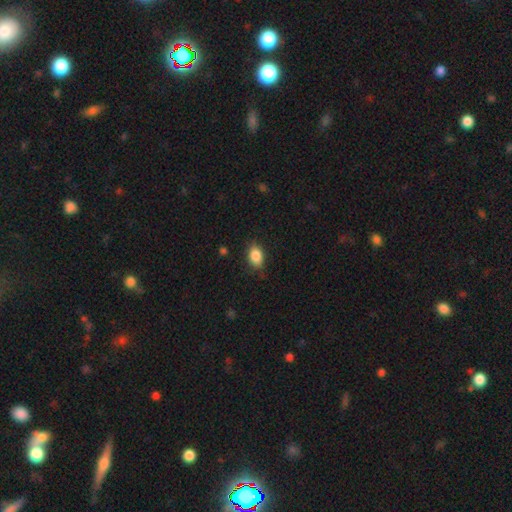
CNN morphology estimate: smooth_or_featured: smooth (p=0.86) [alt: star or artifact p=0.08]
how_rounded: in between (p=0.82) [alt: round p=0.17]
merging: none (p=0.79) [alt: minor disturbance p=0.16]